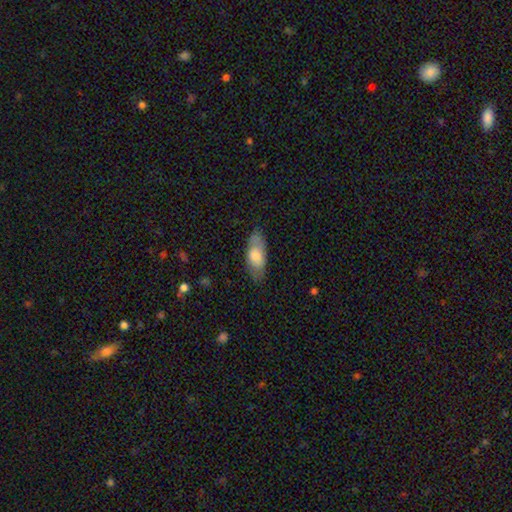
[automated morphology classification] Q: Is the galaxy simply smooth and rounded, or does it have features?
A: smooth — 72%.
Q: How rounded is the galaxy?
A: in between — 82%.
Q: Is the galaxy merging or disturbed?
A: none — 72%.